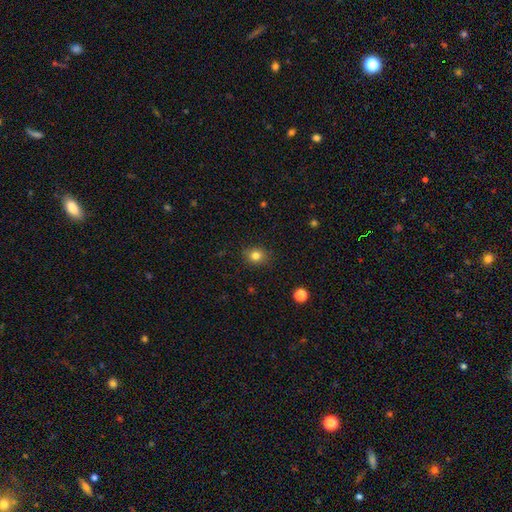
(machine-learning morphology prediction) Smooth or featured?
  - smooth: 81% *
  - star or artifact: 12%
  - featured or disk: 7%
How rounded?
  - round: 73% *
  - in between: 27%
  - cigar-shaped: 1%
Merging?
  - none: 87% *
  - minor disturbance: 10%
  - major disturbance: 2%
  - merger: 1%